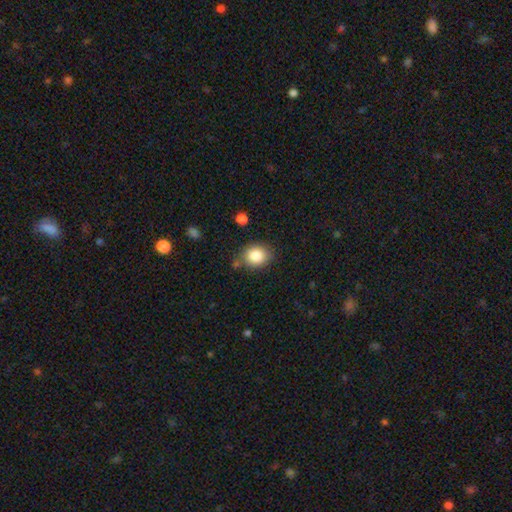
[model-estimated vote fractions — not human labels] The model was most divided on "how rounded": round: 58%, in between: 41%, cigar-shaped: 1%. More confident: smooth or featured — smooth (85%); merging — none (76%).